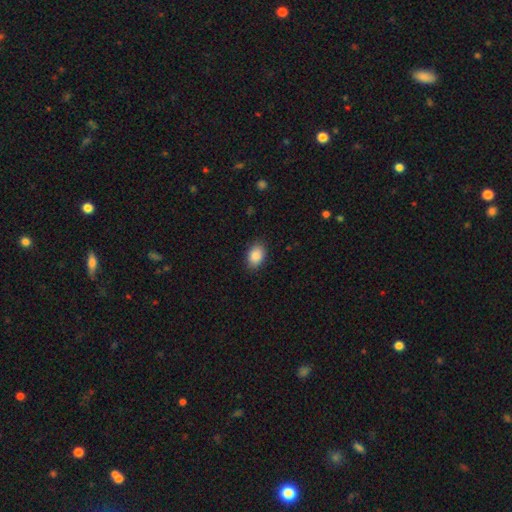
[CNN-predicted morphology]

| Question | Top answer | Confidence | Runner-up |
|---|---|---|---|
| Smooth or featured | smooth | 88% | star or artifact (7%) |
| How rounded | in between | 85% | round (14%) |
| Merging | none | 87% | minor disturbance (10%) |